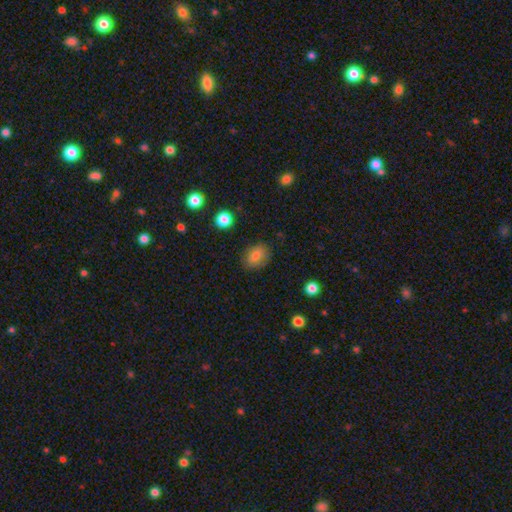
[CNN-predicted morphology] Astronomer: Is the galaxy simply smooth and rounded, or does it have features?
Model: smooth — 79%.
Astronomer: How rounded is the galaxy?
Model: in between — 59% (runner-up: round, 40%).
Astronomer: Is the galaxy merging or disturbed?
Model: none — 80%.